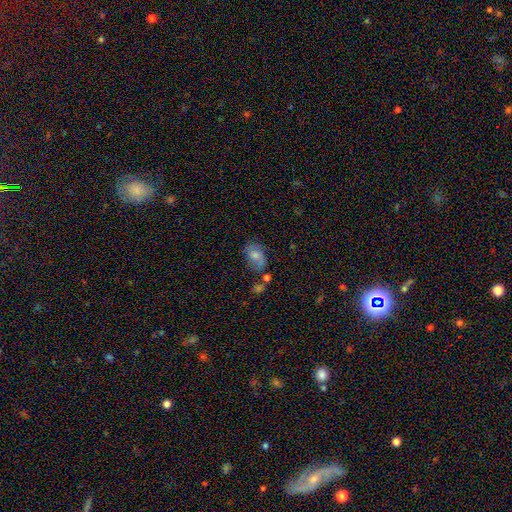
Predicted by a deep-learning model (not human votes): Smooth or featured: smooth — 58% (featured or disk — 31%)
How rounded: in between — 85% (round — 14%)
Merging: none — 52% (minor disturbance — 25%)